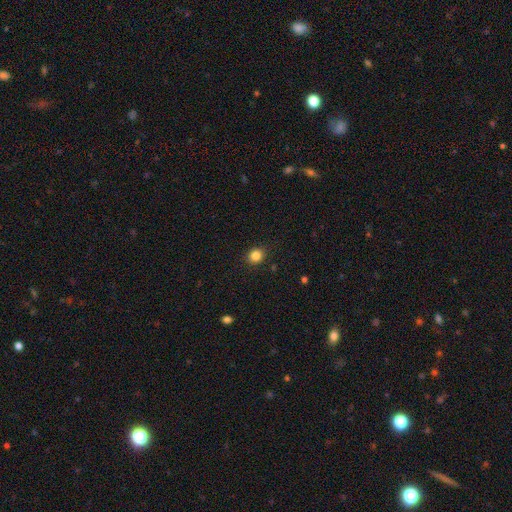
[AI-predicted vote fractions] Overall: smooth (84%). How rounded: round (76%). Merging: none (89%).